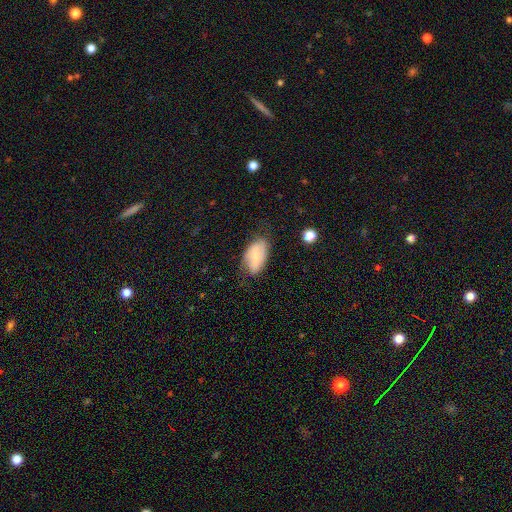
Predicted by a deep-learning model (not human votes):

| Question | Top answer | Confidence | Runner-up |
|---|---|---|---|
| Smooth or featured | smooth | 66% | featured or disk (26%) |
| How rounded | in between | 93% | round (4%) |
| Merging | none | 58% | minor disturbance (29%) |